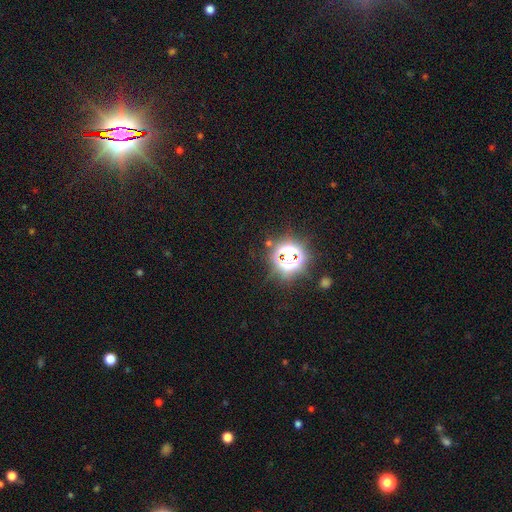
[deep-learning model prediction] smooth_or_featured: star or artifact (p=0.83) [alt: smooth p=0.11]